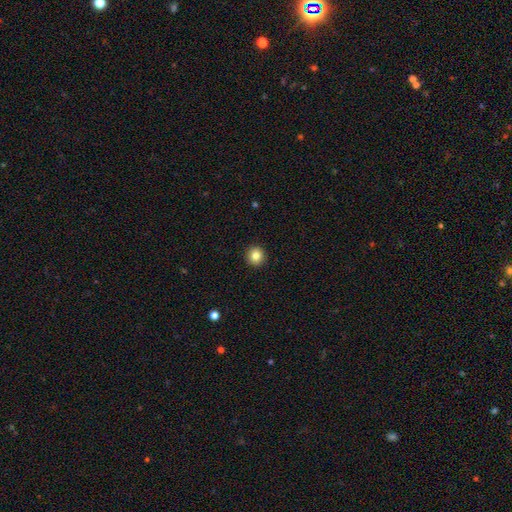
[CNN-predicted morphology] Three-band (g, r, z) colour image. It shows a smooth galaxy with no disk features (83%) that is round (94%). Merging: none (93%).